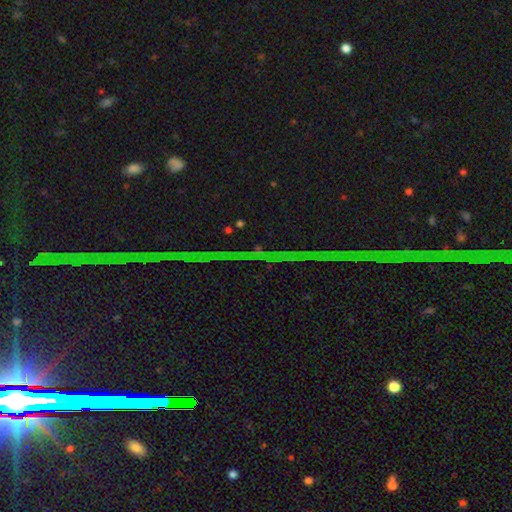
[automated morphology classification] Smooth or featured? star or artifact (83%)